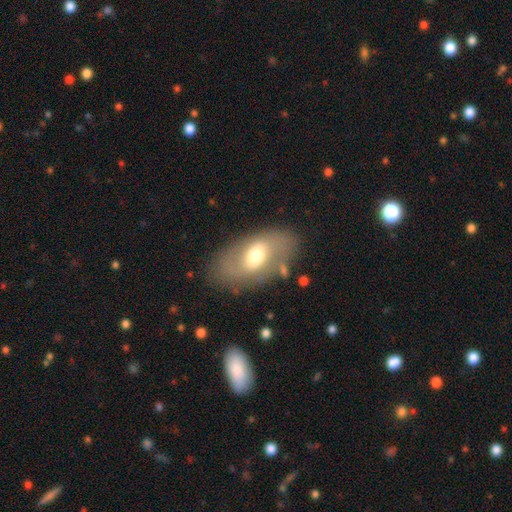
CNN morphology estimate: Smooth or featured? smooth (49%)
Merging? none (75%)